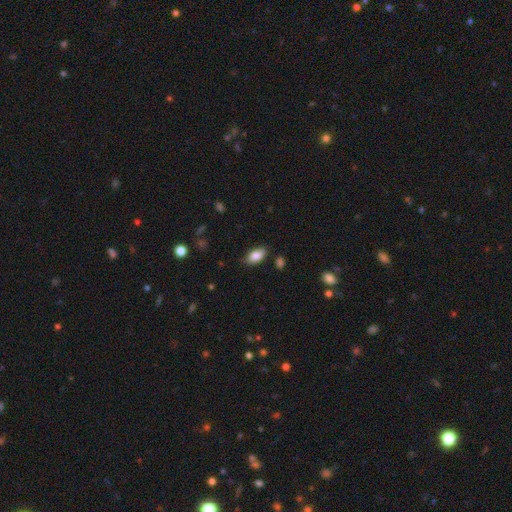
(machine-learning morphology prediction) smooth-or-featured: smooth: 83% | featured or disk: 10% | star or artifact: 7%
  how-rounded: in between: 92% | round: 4% | cigar-shaped: 3%
  merging: none: 81% | minor disturbance: 14% | major disturbance: 3% | merger: 2%